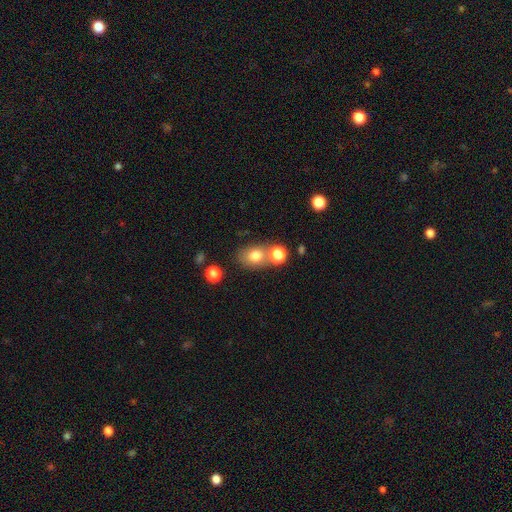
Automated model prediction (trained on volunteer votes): The model was most divided on "how rounded": in between: 56%, round: 42%, cigar-shaped: 1%. More confident: smooth or featured — smooth (77%); merging — none (57%).